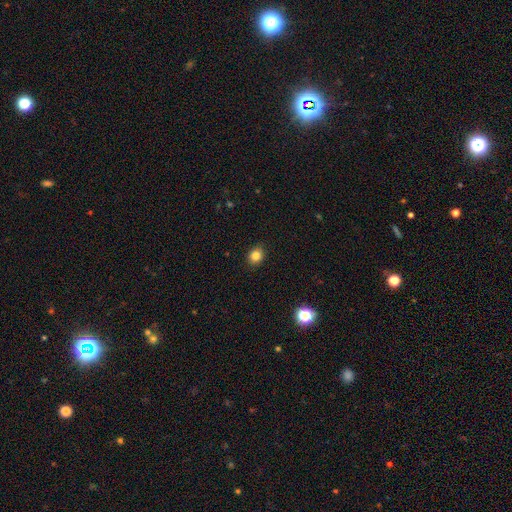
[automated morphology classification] A smooth galaxy with no disk features (83%) that is round (65%). Merging: none (89%).